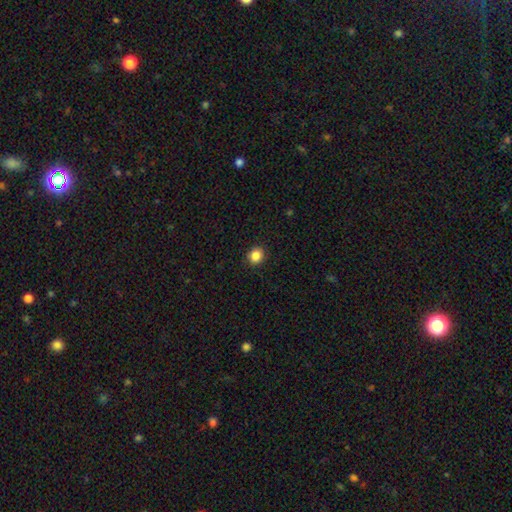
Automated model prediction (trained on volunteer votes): A smooth galaxy with no disk features (86%) that is round (81%). Merging: none (91%).